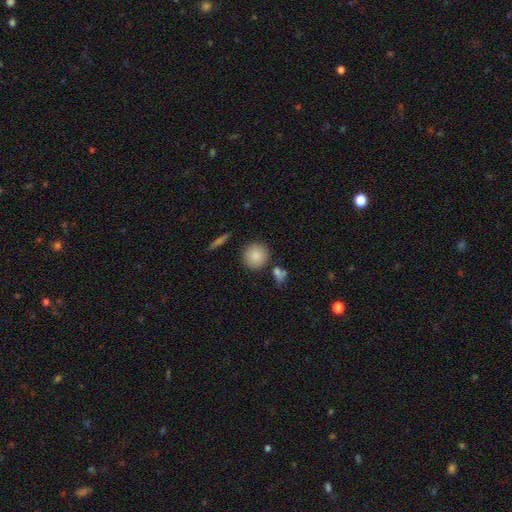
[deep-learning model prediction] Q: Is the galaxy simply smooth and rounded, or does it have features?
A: smooth — 87%.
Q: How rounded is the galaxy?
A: round — 90%.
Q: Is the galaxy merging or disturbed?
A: none — 82%.